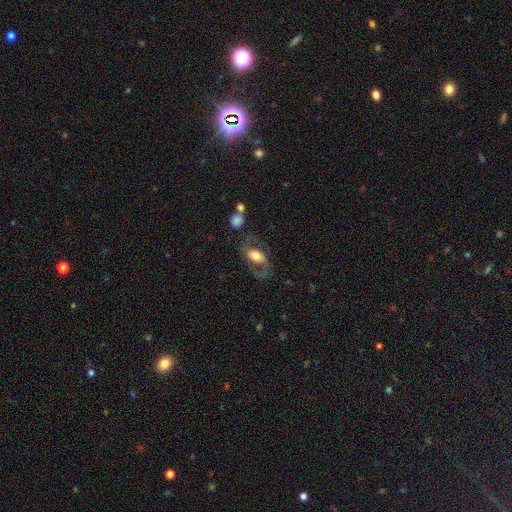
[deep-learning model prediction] Smooth or featured?
  - featured or disk: 67% *
  - smooth: 27%
  - star or artifact: 7%
Edge-on disk?
  - no: 95% *
  - yes: 5%
Bar?
  - no: 49% *
  - weak: 34%
  - strong: 17%
Spiral arms?
  - yes: 84% *
  - no: 16%
Spiral winding?
  - loose: 47% *
  - medium: 43%
  - tight: 11%
Spiral arm count?
  - 2: 81% *
  - 1: 12%
  - can't tell: 4%
  - 3: 1%
  - 4: 1%
  - more than 4: 1%
Bulge size?
  - moderate: 46% *
  - large: 37%
  - small: 9%
  - dominant: 5%
  - none: 2%
Merging?
  - none: 55% *
  - major disturbance: 23%
  - minor disturbance: 18%
  - merger: 5%